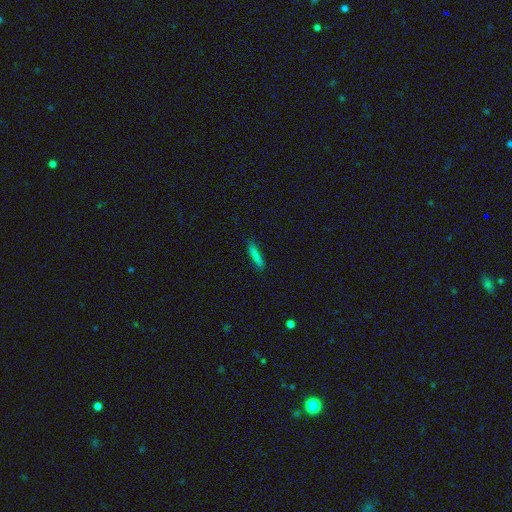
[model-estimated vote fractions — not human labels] This is likely a smooth galaxy (79%). How rounded: clearly cigar-shaped (91%). Merging: clearly none (87%).